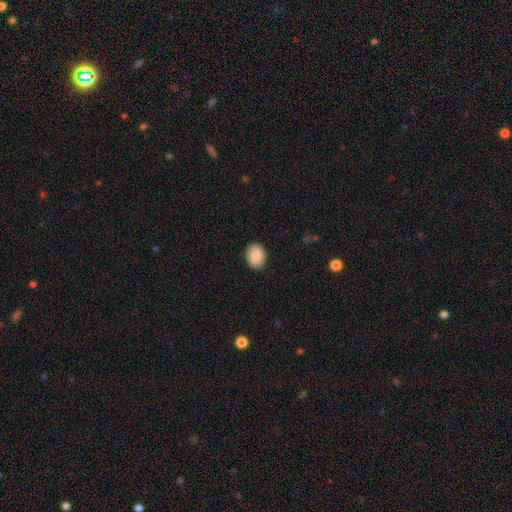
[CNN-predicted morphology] A smooth galaxy with no disk features (85%) that is in between round and cigar-shaped (62%).

Vote fractions:
- Smooth or featured? smooth: 85% / featured or disk: 8% / star or artifact: 7%
- How rounded? in between: 62% / round: 37% / cigar-shaped: 1%
- Merging? none: 87% / minor disturbance: 9% / major disturbance: 2% / merger: 1%